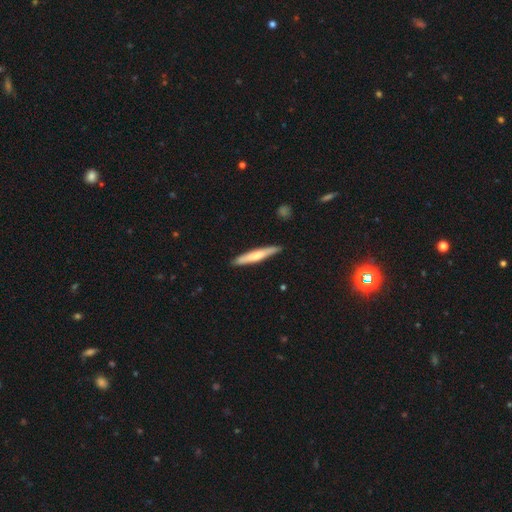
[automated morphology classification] Overall: smooth (61%; featured or disk 34%). How rounded: cigar-shaped (93%). Merging: none (88%).